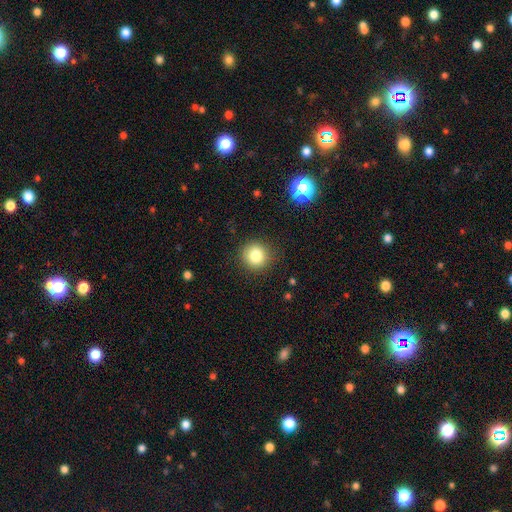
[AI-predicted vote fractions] Smooth or featured? smooth (83%)
How rounded? round (92%)
Merging? none (88%)